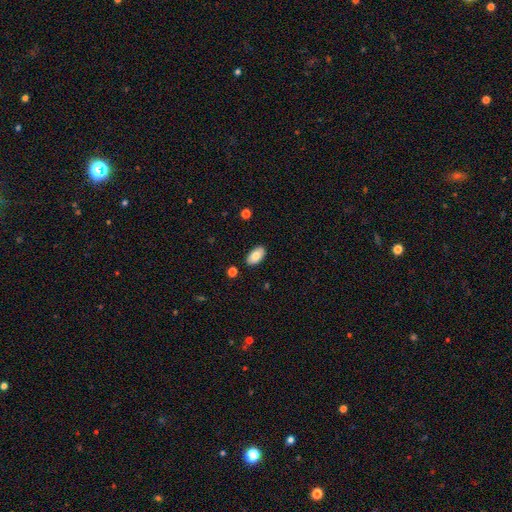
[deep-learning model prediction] Overall: smooth (78%). How rounded: in between (95%). Merging: none (87%).